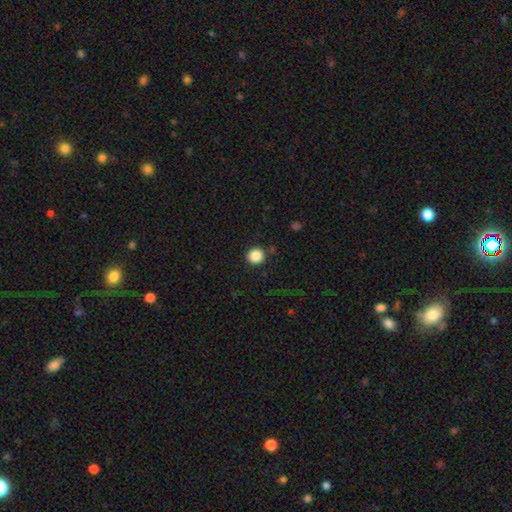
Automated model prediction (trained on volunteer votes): A smooth galaxy with no disk features (87%) that is round (91%).

Vote fractions:
- Smooth or featured? smooth: 87% / star or artifact: 10% / featured or disk: 3%
- How rounded? round: 91% / in between: 8% / cigar-shaped: 1%
- Merging? none: 90% / minor disturbance: 6% / major disturbance: 2% / merger: 2%